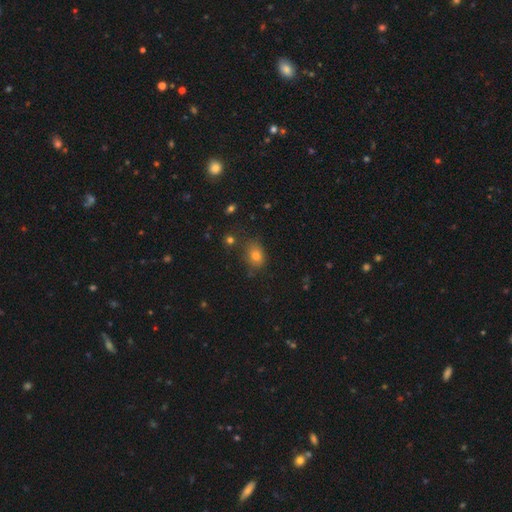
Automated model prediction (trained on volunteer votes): Smooth or featured? smooth (76%)
How rounded? in between (58%)
Merging? none (71%)